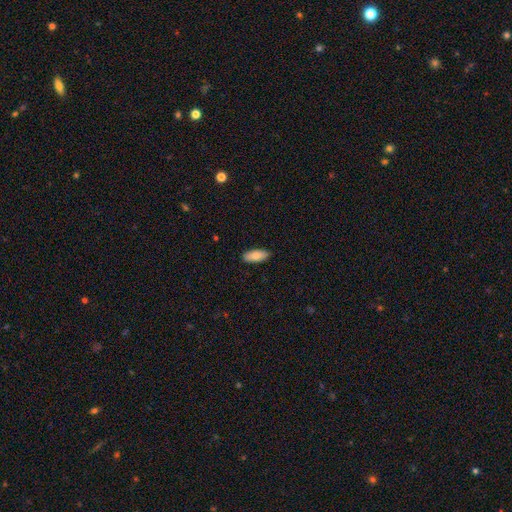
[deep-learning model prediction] A smooth galaxy with no disk features (85%) that is in between round and cigar-shaped (79%). Merging: none (89%).